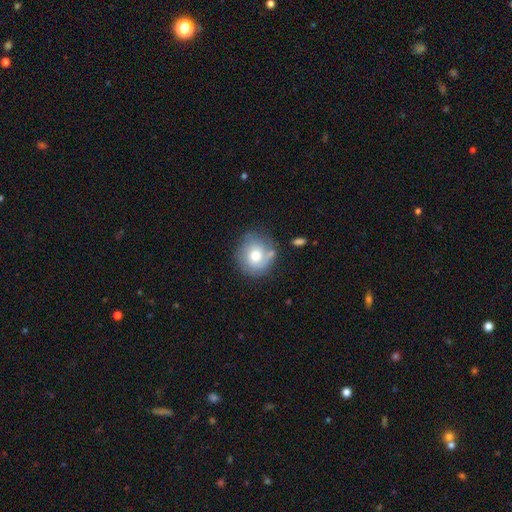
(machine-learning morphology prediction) type=smooth (62%); roundness=round (85%); merging=none (64%).